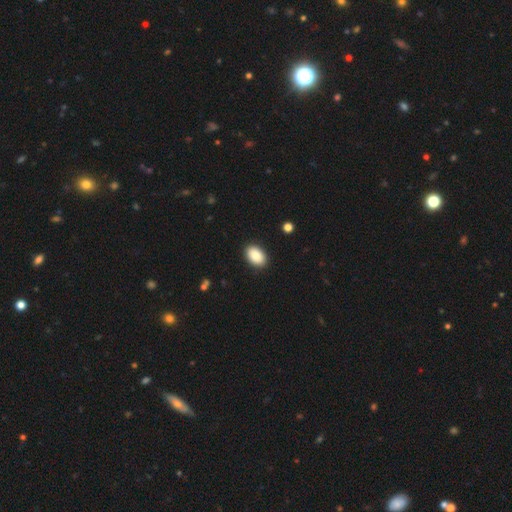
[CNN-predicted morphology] type=smooth (85%); roundness=in between (89%); merging=none (90%).